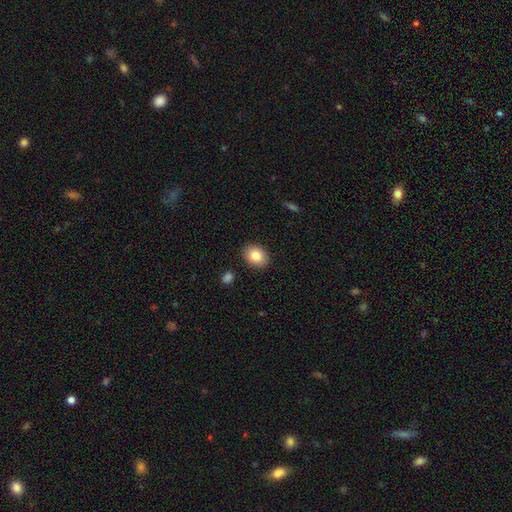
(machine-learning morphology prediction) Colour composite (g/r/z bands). It shows a smooth galaxy with no disk features (85%) that is in between round and cigar-shaped (68%). Merging: none (89%).